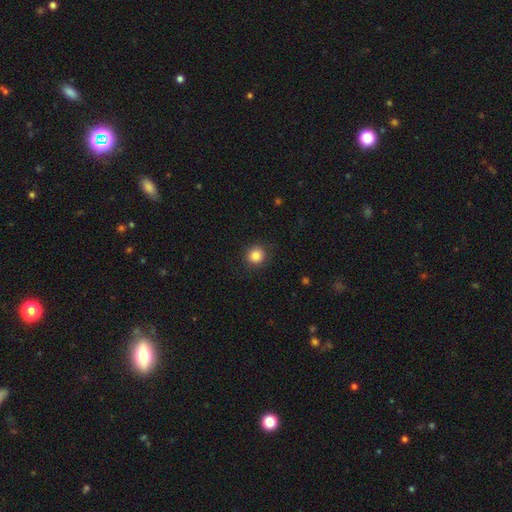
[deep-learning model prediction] Morphology: type=smooth (85%); roundness=round (91%); merging=none (89%).